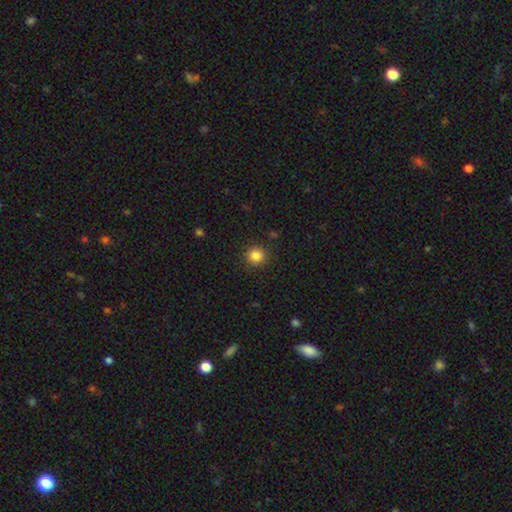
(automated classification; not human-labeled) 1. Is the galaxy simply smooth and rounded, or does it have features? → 84% smooth, 11% star or artifact, 4% featured or disk.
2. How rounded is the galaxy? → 93% round, 6% in between, 1% cigar-shaped.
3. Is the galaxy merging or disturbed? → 91% none, 6% minor disturbance, 2% major disturbance, 1% merger.